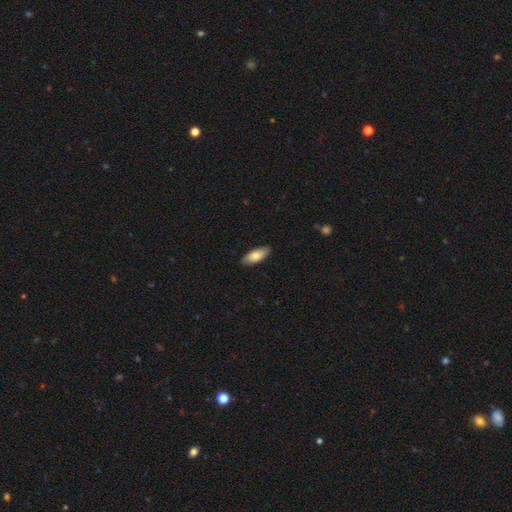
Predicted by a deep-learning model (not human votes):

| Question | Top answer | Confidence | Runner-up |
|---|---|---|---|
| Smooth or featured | smooth | 79% | featured or disk (16%) |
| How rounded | in between | 82% | cigar-shaped (16%) |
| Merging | none | 86% | minor disturbance (11%) |